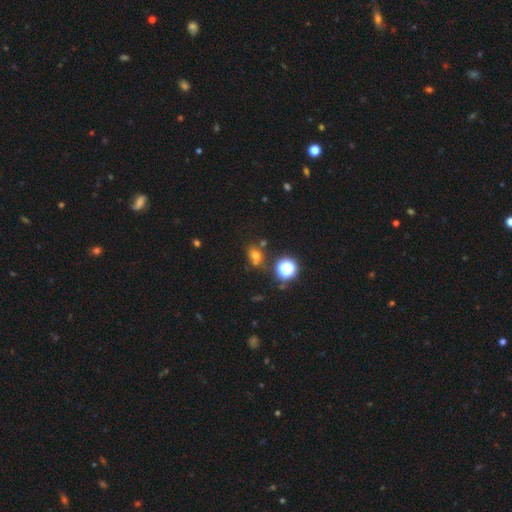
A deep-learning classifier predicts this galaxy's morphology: smooth 63%, star or artifact 26%, featured or disk 11%. Down the decision tree: how rounded — round (58%); merging — none (63%).